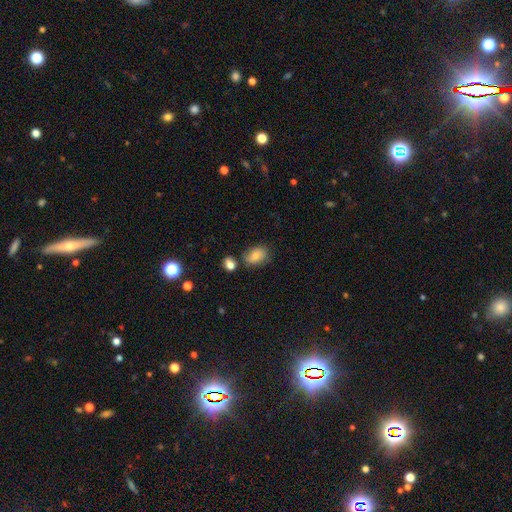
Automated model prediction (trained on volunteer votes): Smooth or featured?
  - smooth: 80% *
  - featured or disk: 11%
  - star or artifact: 9%
How rounded?
  - in between: 78% *
  - round: 20%
  - cigar-shaped: 1%
Merging?
  - none: 61% *
  - minor disturbance: 23%
  - merger: 10%
  - major disturbance: 6%